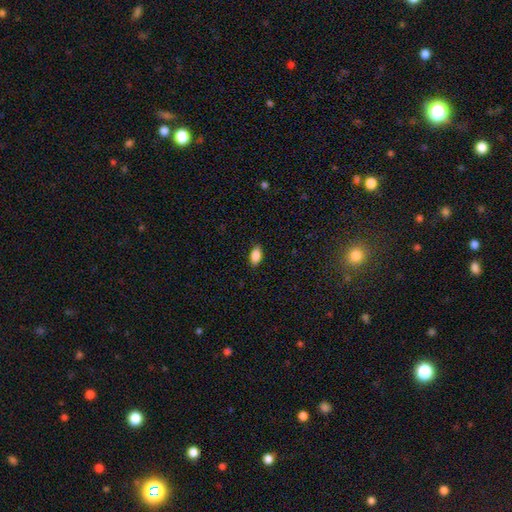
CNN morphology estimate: Smooth or featured? Predicted: smooth (p=0.88). How rounded? Predicted: in between (p=0.91). Merging? Predicted: none (p=0.87).